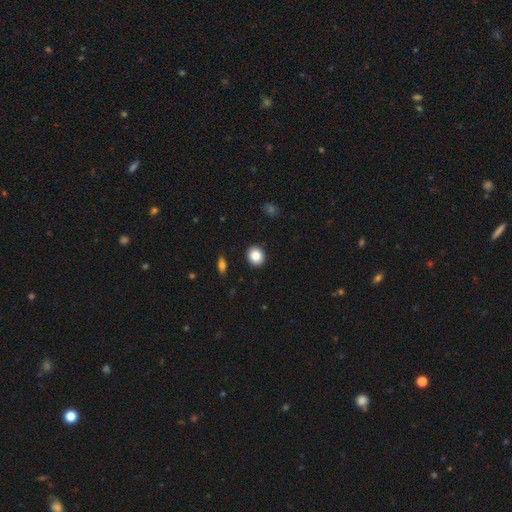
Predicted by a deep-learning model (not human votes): Morphology: type=smooth (86%); roundness=round (71%); merging=none (92%).